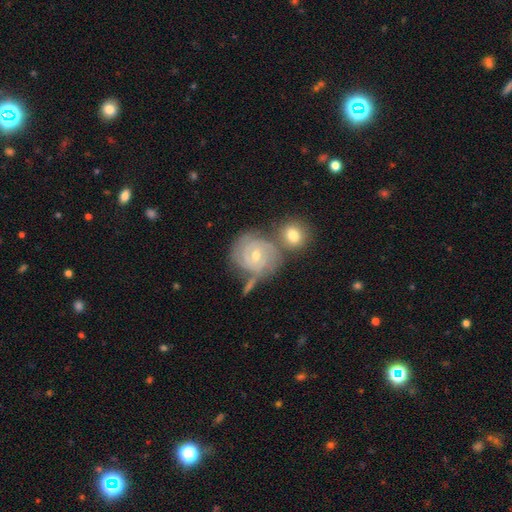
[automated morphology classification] smooth_or_featured: featured or disk (p=0.83) [alt: smooth p=0.10]
disk_edge_on: no (p=0.97) [alt: yes p=0.03]
bar: no (p=0.60) [alt: weak p=0.32]
has_spiral_arms: yes (p=0.95) [alt: no p=0.05]
spiral_winding: tight (p=0.76) [alt: medium p=0.20]
spiral_arm_count: 3 (p=0.29) [alt: 2 p=0.27]
bulge_size: moderate (p=0.52) [alt: small p=0.45]
merging: none (p=0.57) [alt: minor disturbance p=0.18]